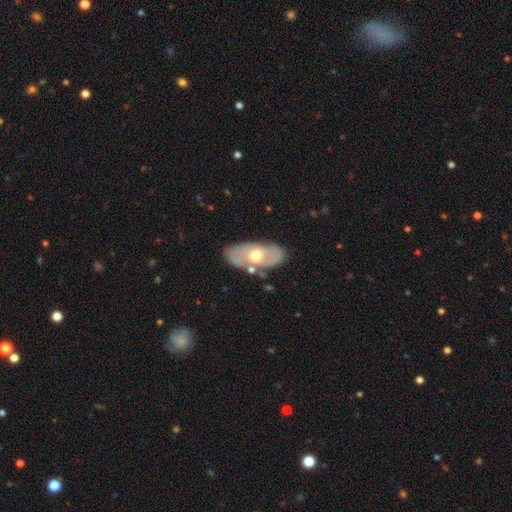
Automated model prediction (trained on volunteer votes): Overall: featured or disk (63%; smooth 32%). Edge-on disk: no (88%). Bar: no (71%). Spiral arms: no (51%; yes 49%). Bulge size: moderate (76%). Merging: none (72%).